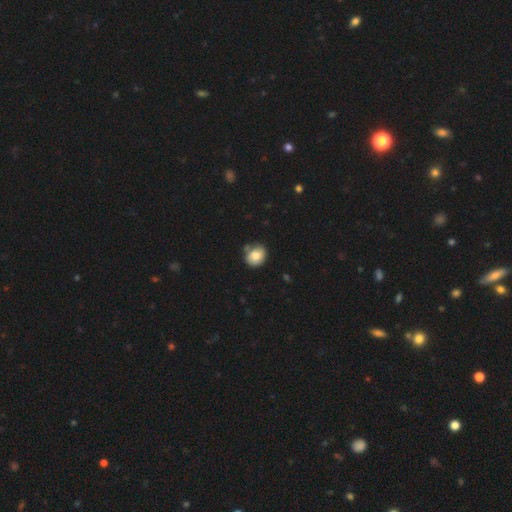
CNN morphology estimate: smooth_or_featured: smooth (p=0.81) [alt: featured or disk p=0.11]
how_rounded: round (p=0.71) [alt: in between p=0.28]
merging: none (p=0.69) [alt: minor disturbance p=0.20]